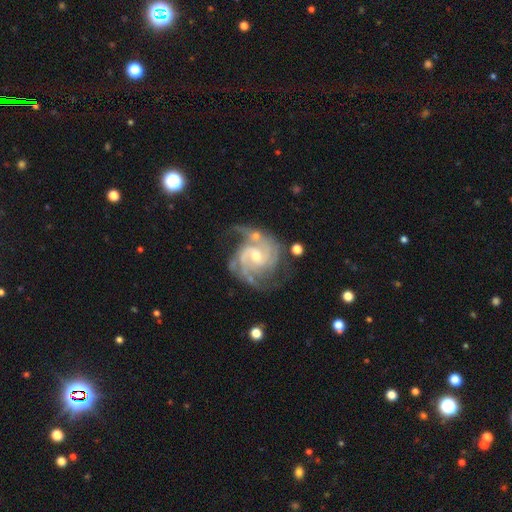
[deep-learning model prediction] A featured or disk galaxy (91%) with no bar (51%), 2 (56%) tight (51%) spiral arms (98%) and a moderate central bulge (48%, tied with small).

Vote fractions:
- Smooth or featured? featured or disk: 91% / star or artifact: 5% / smooth: 4%
- Edge-on disk? no: 98% / yes: 2%
- Bar? no: 51% / weak: 40% / strong: 9%
- Spiral arms? yes: 98% / no: 2%
- Spiral winding? tight: 51% / medium: 41% / loose: 8%
- Spiral arm count? 2: 56% / 3: 20% / can't tell: 12% / 4: 5% / 1: 4% / more than 4: 4%
- Bulge size? moderate: 48% (tied) / small: 48% (tied) / large: 2% / none: 1% / dominant: 1%
- Merging? none: 59% / minor disturbance: 21% / major disturbance: 13% / merger: 7%